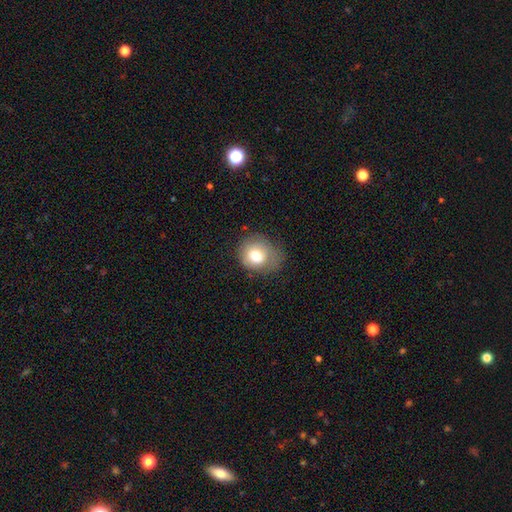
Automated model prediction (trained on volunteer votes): Overall: smooth (77%). How rounded: round (70%). Merging: none (50%; minor disturbance 32%).